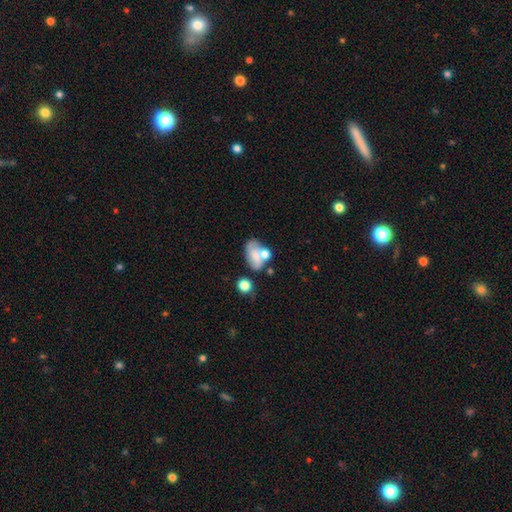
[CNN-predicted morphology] This is possibly a smooth galaxy (57%). How rounded: clearly in between (85%). Merging: marginally none (33%).